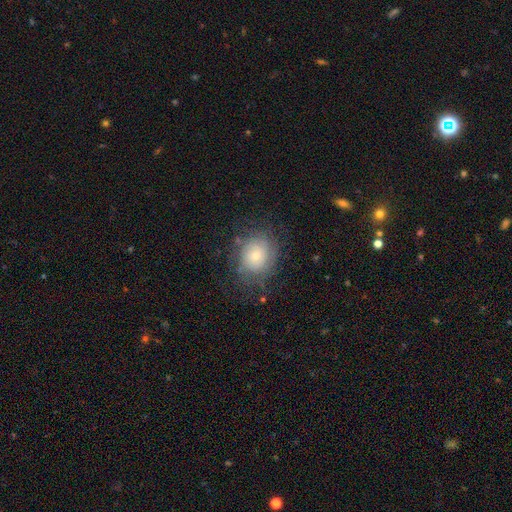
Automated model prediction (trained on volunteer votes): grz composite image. It shows a featured or disk galaxy (46%). Merging: none (68%).